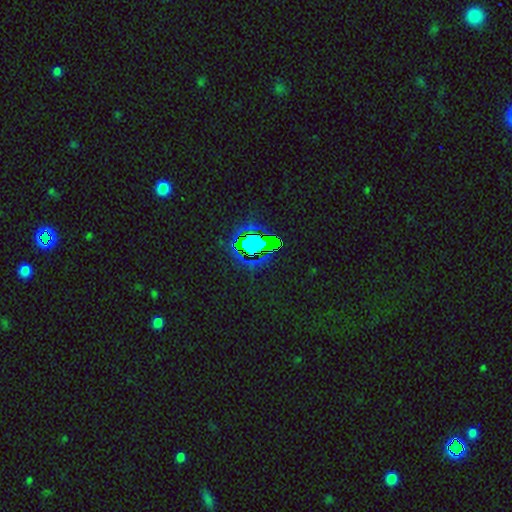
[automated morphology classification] smooth-or-featured: star or artifact: 77% | smooth: 13% | featured or disk: 11%